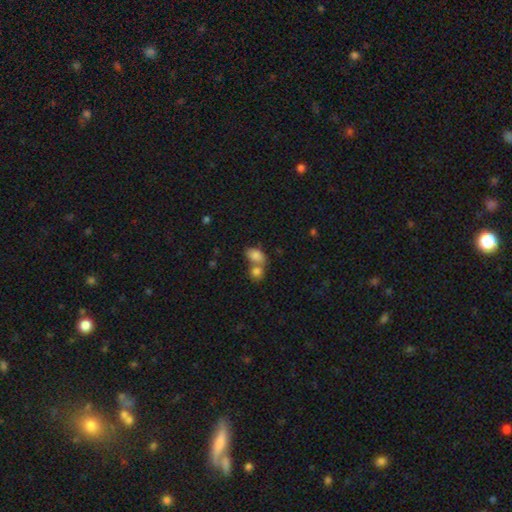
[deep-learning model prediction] This is clearly a smooth galaxy (82%). How rounded: clearly in between (80%). Merging: possibly merger (54%).